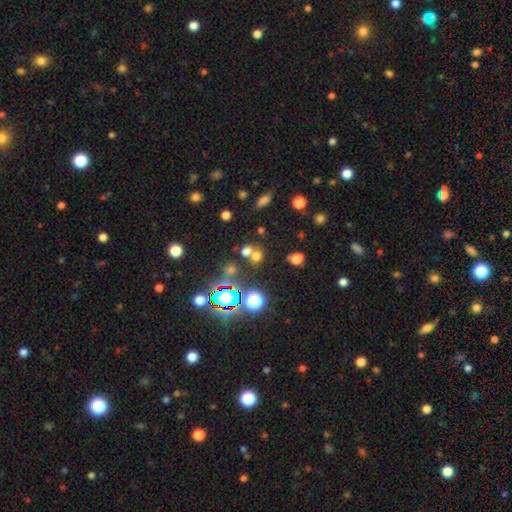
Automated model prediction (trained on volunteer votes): Overall: smooth (59%; star or artifact 30%). How rounded: round (72%). Merging: none (53%; merger 34%).